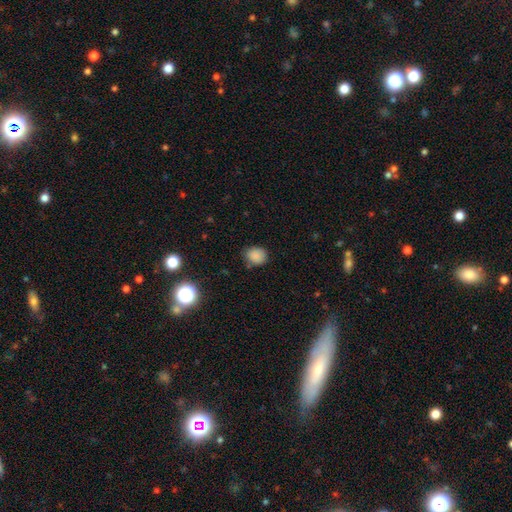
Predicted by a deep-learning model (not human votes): A smooth galaxy with no disk features (84%) that is round (67%).

Vote fractions:
- Smooth or featured? smooth: 84% / star or artifact: 12% / featured or disk: 4%
- How rounded? round: 67% / in between: 32% / cigar-shaped: 1%
- Merging? none: 75% / minor disturbance: 19% / major disturbance: 4% / merger: 2%